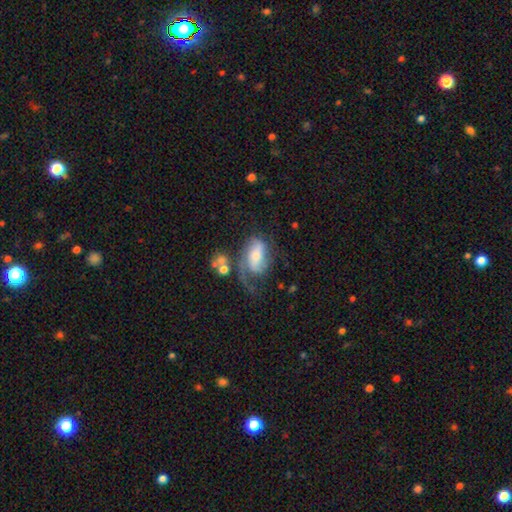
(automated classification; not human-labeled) The model was most divided on "merging": major disturbance: 37%, none: 33%, minor disturbance: 21%, merger: 10%. Remaining: edge-on disk — no (95%); spiral arms — yes (84%); smooth or featured — featured or disk (62%); bar — no (47%); bulge size — moderate (46%).